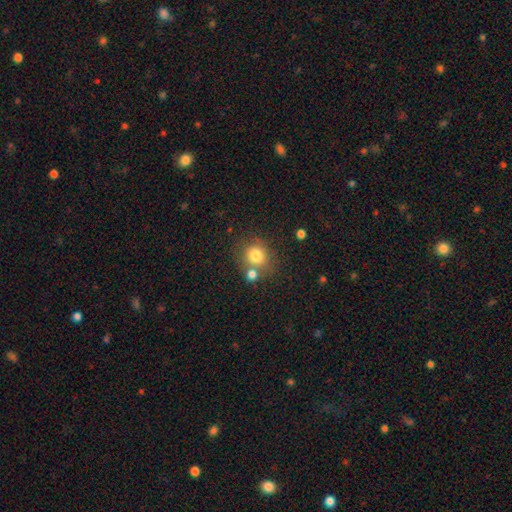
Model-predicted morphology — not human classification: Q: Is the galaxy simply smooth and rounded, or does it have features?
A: smooth — 79%.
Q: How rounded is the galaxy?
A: round — 85%.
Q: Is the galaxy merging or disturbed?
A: none — 63%.